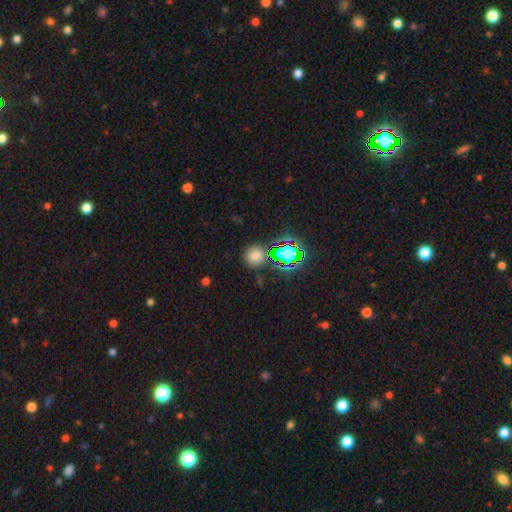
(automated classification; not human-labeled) Morphology: type=smooth (65%); roundness=round (89%); merging=none (81%).